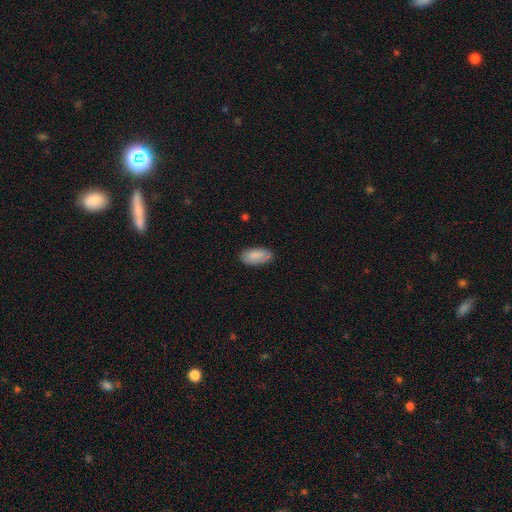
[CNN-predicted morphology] Smooth or featured: smooth — 82% (featured or disk — 12%)
How rounded: in between — 92% (cigar-shaped — 6%)
Merging: none — 80% (minor disturbance — 16%)